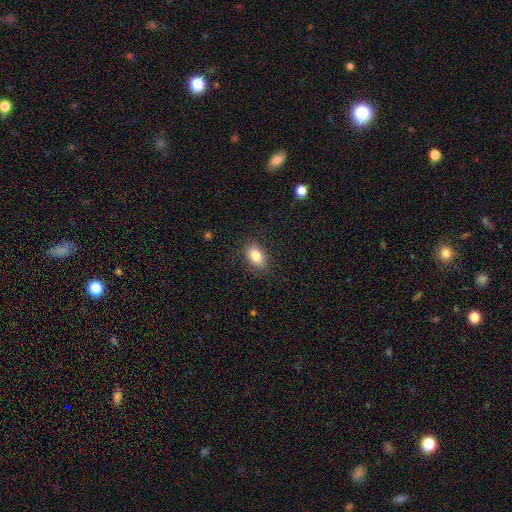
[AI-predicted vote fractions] A smooth galaxy with no disk features (83%) that is in between round and cigar-shaped (86%).

Vote fractions:
- Smooth or featured? smooth: 83% / featured or disk: 9% / star or artifact: 9%
- How rounded? in between: 86% / round: 12% / cigar-shaped: 2%
- Merging? none: 86% / minor disturbance: 10% / major disturbance: 3% / merger: 1%